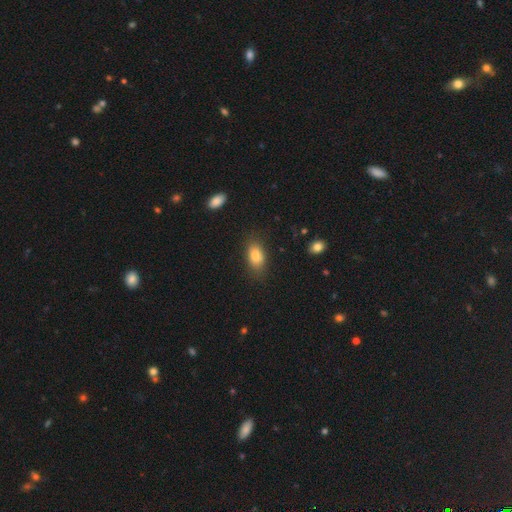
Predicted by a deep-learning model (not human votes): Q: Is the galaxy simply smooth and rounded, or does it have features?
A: smooth — 82%.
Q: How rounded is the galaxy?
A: in between — 87%.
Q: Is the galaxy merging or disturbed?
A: none — 79%.